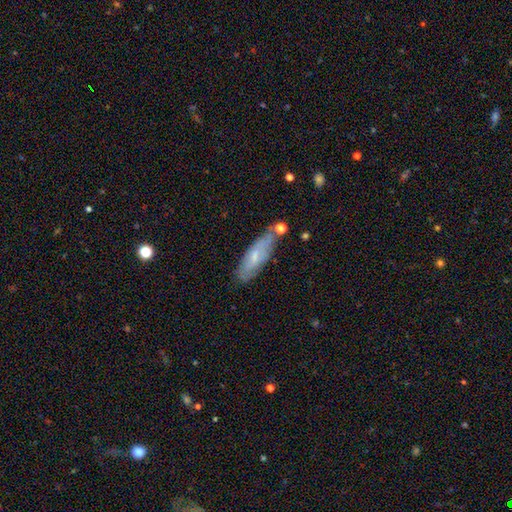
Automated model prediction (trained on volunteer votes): Smooth or featured? smooth (52%)
How rounded? cigar-shaped (56%)
Merging? none (66%)